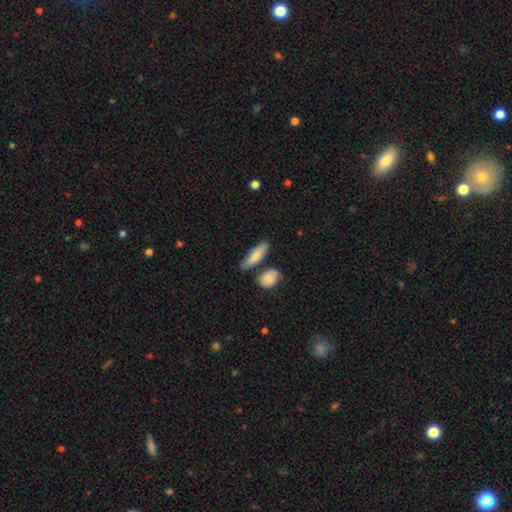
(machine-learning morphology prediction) Smooth or featured? Predicted: smooth (p=0.82). How rounded? Predicted: in between (p=0.54). Merging? Predicted: none (p=0.69).